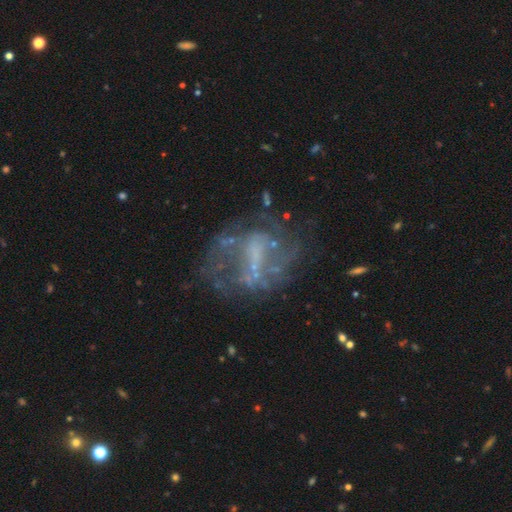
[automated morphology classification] A featured or disk galaxy (71%) with a weak bar (34%), no spiral arms (55%) and no central bulge (55%).

Vote fractions:
- Smooth or featured? featured or disk: 71% / star or artifact: 15% / smooth: 15%
- Edge-on disk? no: 96% / yes: 4%
- Bar? weak: 34% / no: 33% / strong: 33%
- Spiral arms? no: 55% / yes: 45%
- Bulge size? none: 55% / small: 25% / moderate: 15% / large: 4% / dominant: 1%
- Merging? none: 52% / major disturbance: 26% / minor disturbance: 18% / merger: 5%